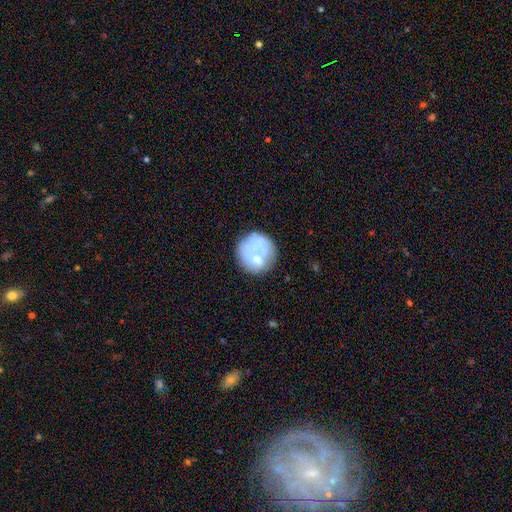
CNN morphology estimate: Overall: smooth (51%; featured or disk 41%). How rounded: round (90%). Merging: none (61%).